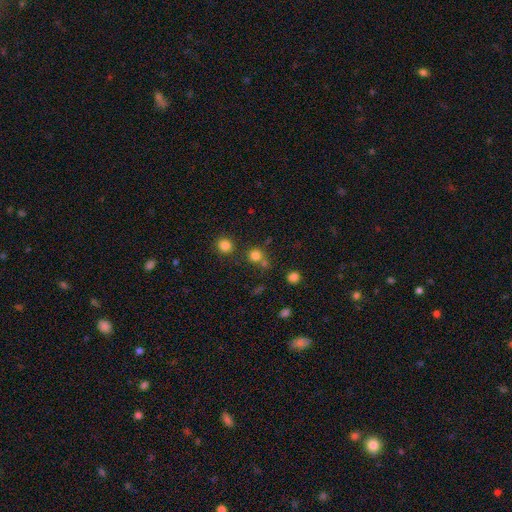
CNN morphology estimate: smooth-or-featured: smooth: 77% | star or artifact: 17% | featured or disk: 6%
  how-rounded: round: 89% | in between: 10% | cigar-shaped: 1%
  merging: none: 67% | merger: 21% | minor disturbance: 8% | major disturbance: 4%